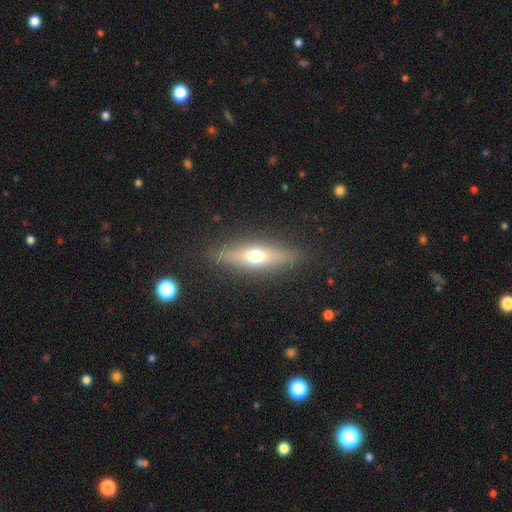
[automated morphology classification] smooth-or-featured: smooth: 49% | featured or disk: 42% | star or artifact: 8%
  merging: none: 87% | minor disturbance: 9% | major disturbance: 3% | merger: 1%